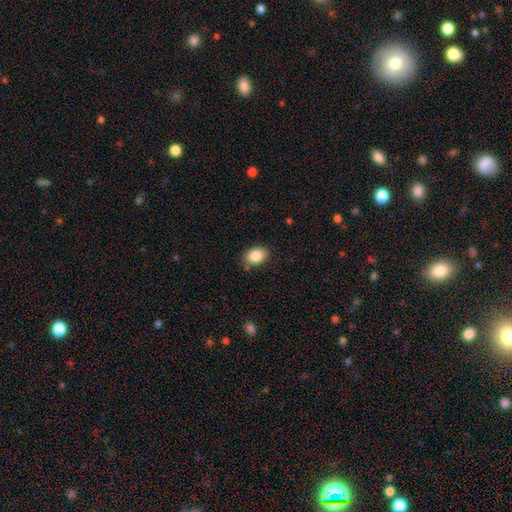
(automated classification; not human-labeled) Smooth or featured: smooth — 86% (star or artifact — 8%)
How rounded: in between — 82% (round — 17%)
Merging: none — 82% (minor disturbance — 13%)